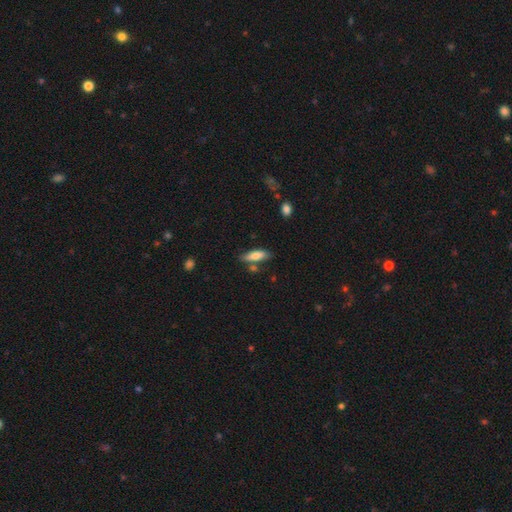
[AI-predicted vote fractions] This is likely a smooth galaxy (77%). How rounded: possibly in between (49%, tied with cigar-shaped). Merging: likely none (70%).